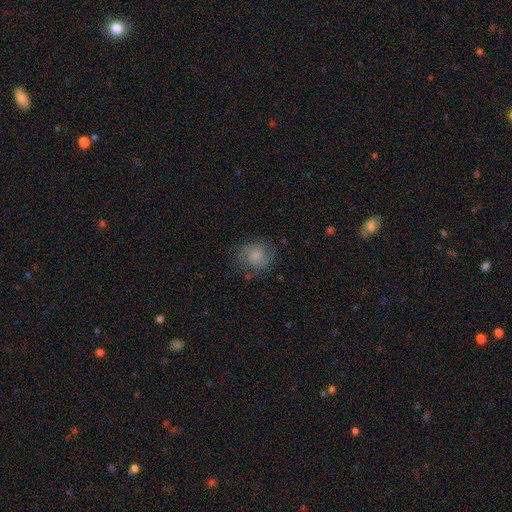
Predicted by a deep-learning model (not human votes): Morphology: type=smooth (47%); merging=none (72%).